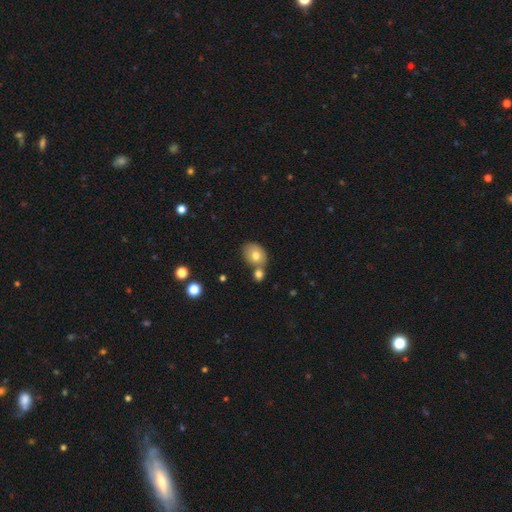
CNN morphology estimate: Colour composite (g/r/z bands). It shows a smooth galaxy with no disk features (75%) that is in between round and cigar-shaped (51%). Merging: none (43%).